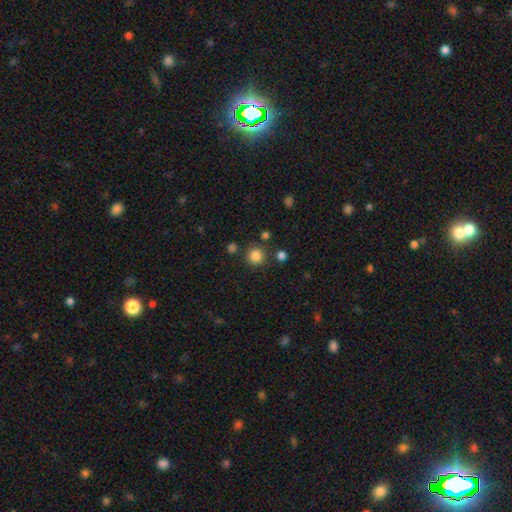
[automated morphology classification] Smooth or featured?
  - smooth: 84% *
  - star or artifact: 12%
  - featured or disk: 4%
How rounded?
  - round: 94% *
  - in between: 5%
  - cigar-shaped: 1%
Merging?
  - none: 84% *
  - minor disturbance: 7%
  - merger: 6%
  - major disturbance: 3%